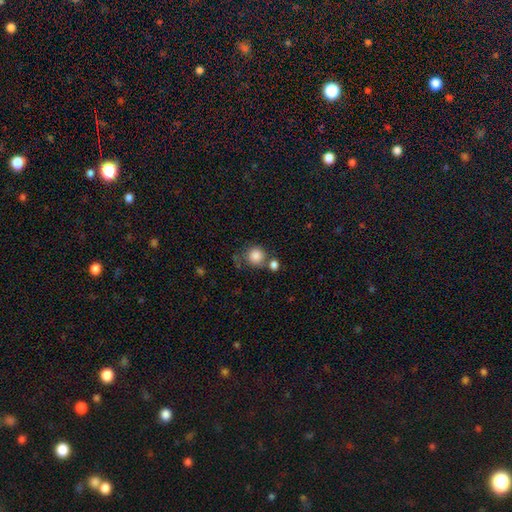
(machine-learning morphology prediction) Q: Smooth or featured?
A: smooth (84%); runner-up: star or artifact (9%)
Q: How rounded?
A: round (90%); runner-up: in between (9%)
Q: Merging?
A: none (59%); runner-up: merger (22%)